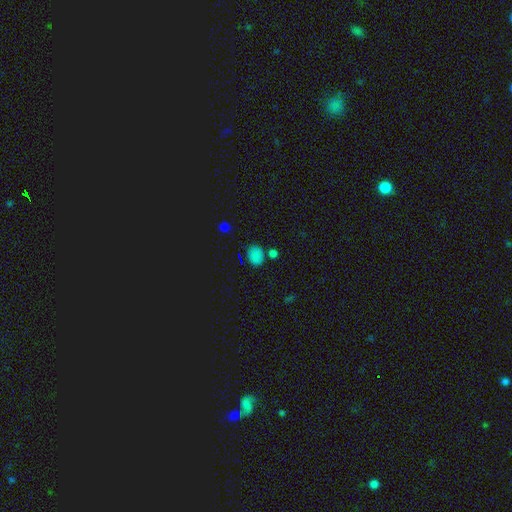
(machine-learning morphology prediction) smooth 69%, star or artifact 26%, featured or disk 5%. Down the decision tree: how rounded — round (54%); merging — none (72%).